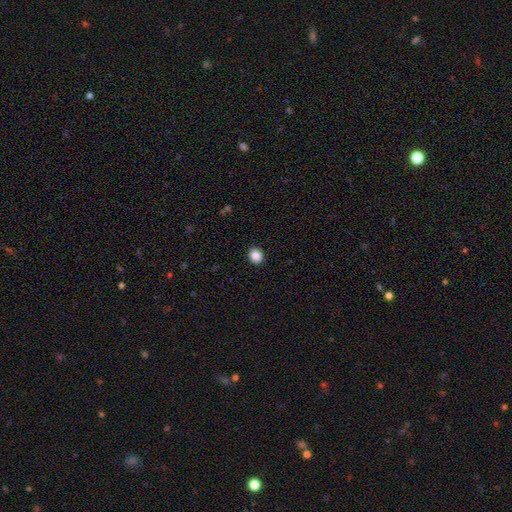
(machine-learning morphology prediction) Smooth or featured? Predicted: smooth (p=0.87). How rounded? Predicted: round (p=0.77). Merging? Predicted: none (p=0.92).